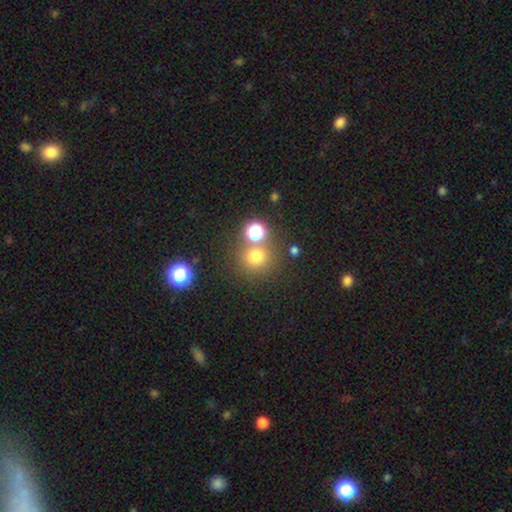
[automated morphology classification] Smooth or featured? Predicted: smooth (p=0.71). How rounded? Predicted: round (p=0.90). Merging? Predicted: none (p=0.71).